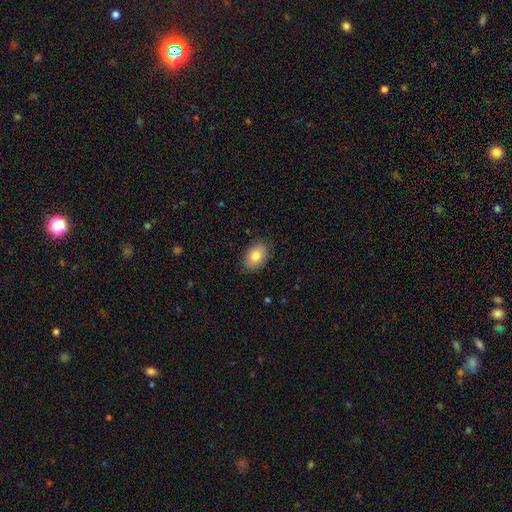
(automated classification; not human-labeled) smooth-or-featured: smooth: 83% | featured or disk: 10% | star or artifact: 7%
  how-rounded: in between: 86% | round: 13% | cigar-shaped: 1%
  merging: none: 85% | minor disturbance: 12% | major disturbance: 2% | merger: 1%